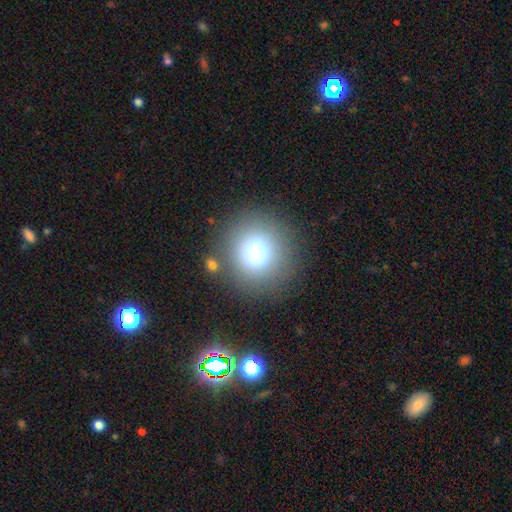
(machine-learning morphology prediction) smooth 71%, star or artifact 15%, featured or disk 14%. Down the decision tree: how rounded — round (91%); merging — none (81%).